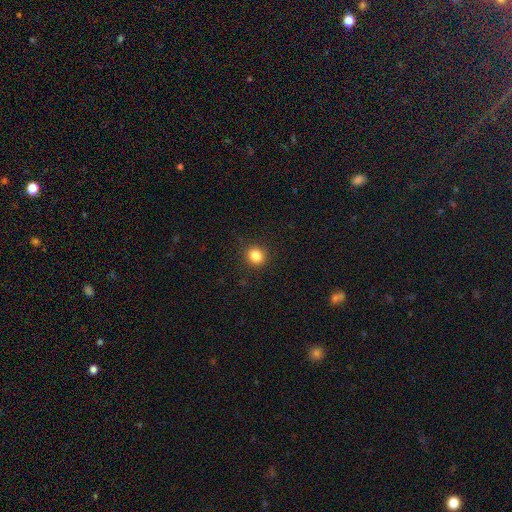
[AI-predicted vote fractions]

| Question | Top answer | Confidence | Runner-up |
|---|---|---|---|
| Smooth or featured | smooth | 85% | star or artifact (11%) |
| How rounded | round | 82% | in between (17%) |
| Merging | none | 90% | minor disturbance (7%) |